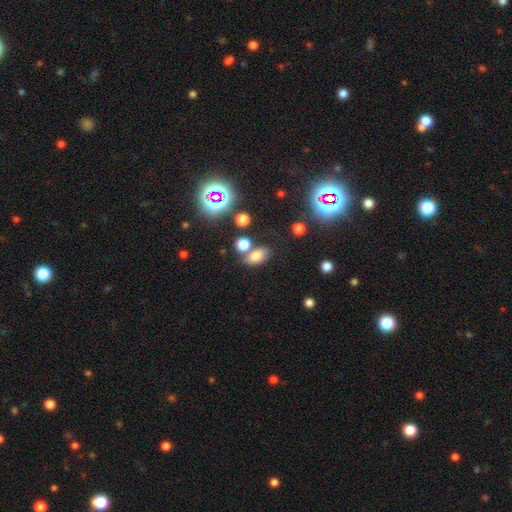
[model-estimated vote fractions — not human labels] A smooth galaxy with no disk features (72%) that is in between round and cigar-shaped (86%). Merging: none (60%).